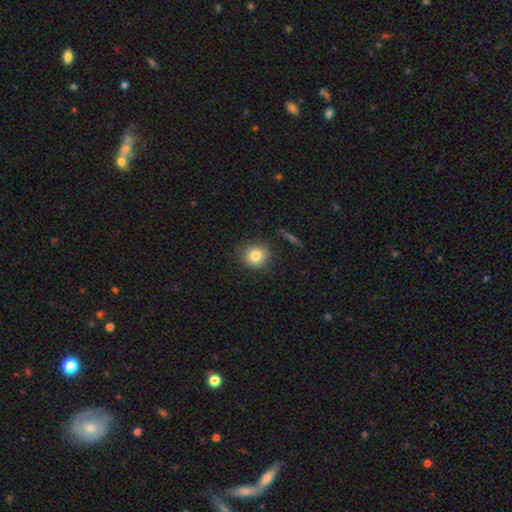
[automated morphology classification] This is clearly a smooth galaxy (81%). How rounded: clearly round (87%). Merging: clearly none (87%).